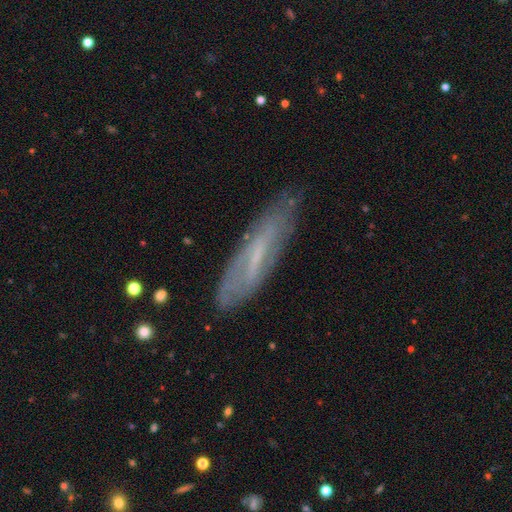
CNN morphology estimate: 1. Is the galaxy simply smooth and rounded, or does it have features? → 56% featured or disk, 35% smooth, 8% star or artifact.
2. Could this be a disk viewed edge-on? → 53% no, 47% yes.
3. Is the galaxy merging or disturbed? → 76% none, 17% minor disturbance, 5% major disturbance, 2% merger.